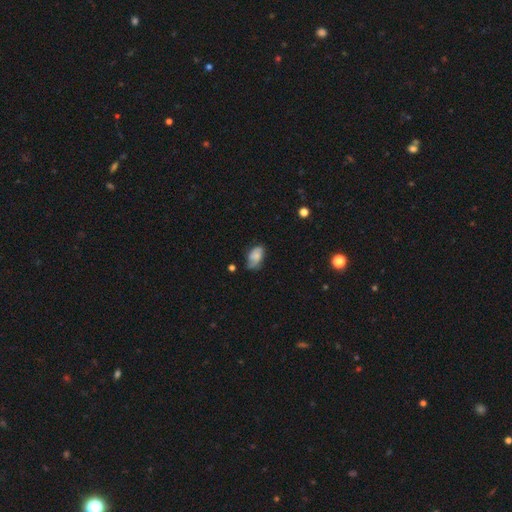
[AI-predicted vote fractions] Overall: smooth (62%; featured or disk 29%). How rounded: in between (91%). Merging: none (52%; minor disturbance 34%).